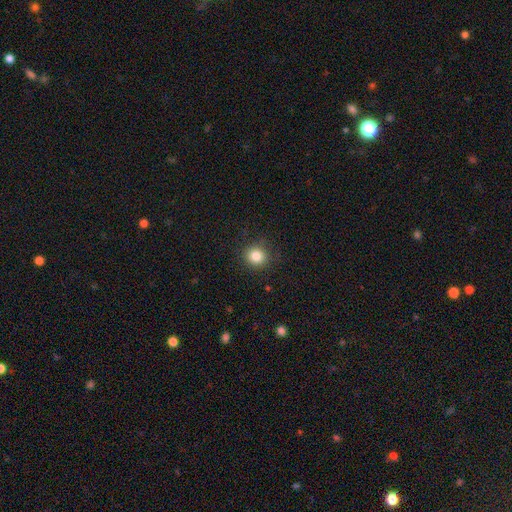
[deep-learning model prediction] This is clearly a smooth galaxy (85%). How rounded: clearly round (89%). Merging: clearly none (89%).